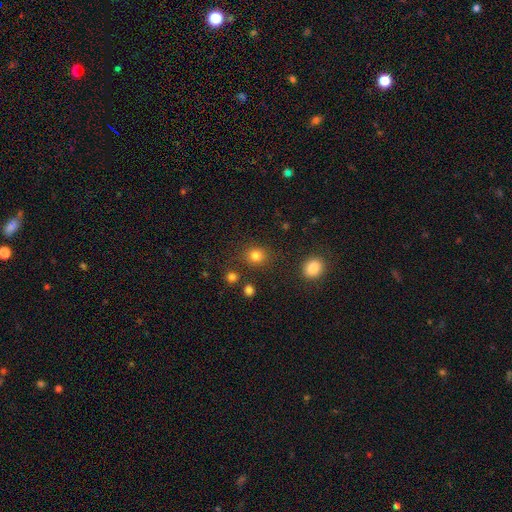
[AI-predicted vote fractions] Smooth or featured? smooth (81%)
How rounded? round (84%)
Merging? none (85%)